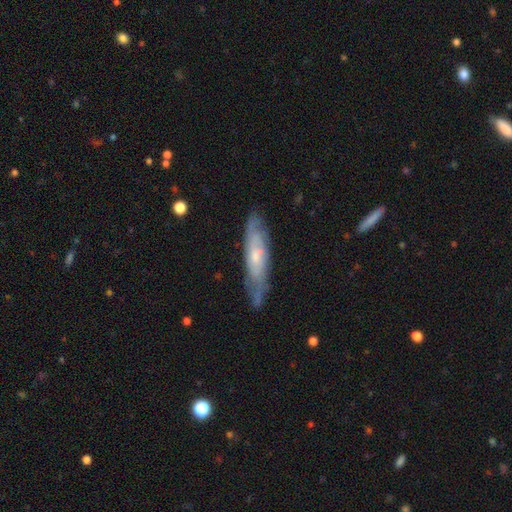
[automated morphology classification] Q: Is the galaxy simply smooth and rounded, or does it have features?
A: featured or disk — 62%.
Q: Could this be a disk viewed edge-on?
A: no — 53%.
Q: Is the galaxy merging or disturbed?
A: none — 75%.